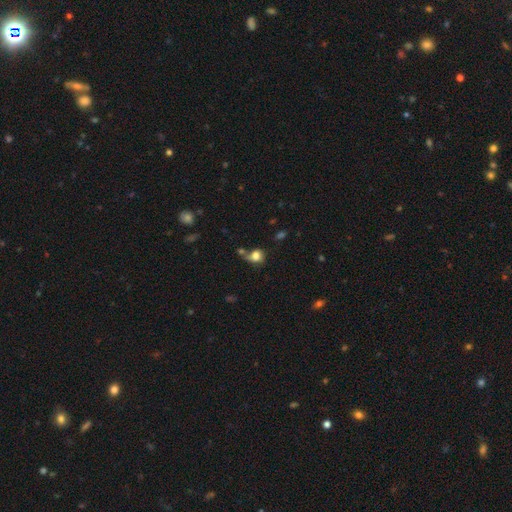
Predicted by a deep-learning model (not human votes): Morphology: type=smooth (79%); roundness=round (64%); merging=none (43%).